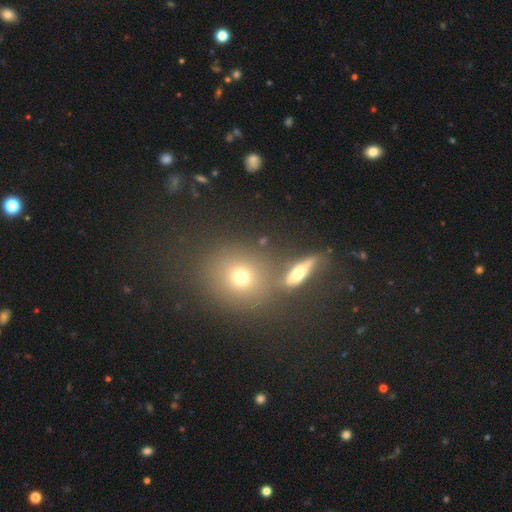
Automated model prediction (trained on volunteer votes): Q: Smooth or featured?
A: smooth (54%); runner-up: star or artifact (30%)
Q: How rounded?
A: round (68%); runner-up: in between (29%)
Q: Merging?
A: none (61%); runner-up: merger (26%)